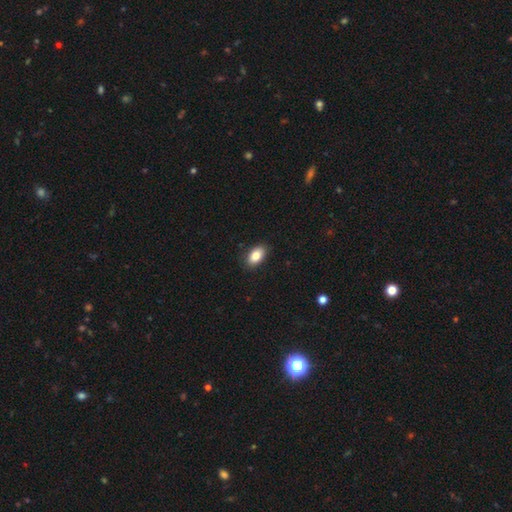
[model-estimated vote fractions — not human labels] smooth-or-featured: smooth: 85% | featured or disk: 8% | star or artifact: 7%
  how-rounded: in between: 93% | round: 5% | cigar-shaped: 2%
  merging: none: 88% | minor disturbance: 9% | major disturbance: 2% | merger: 1%